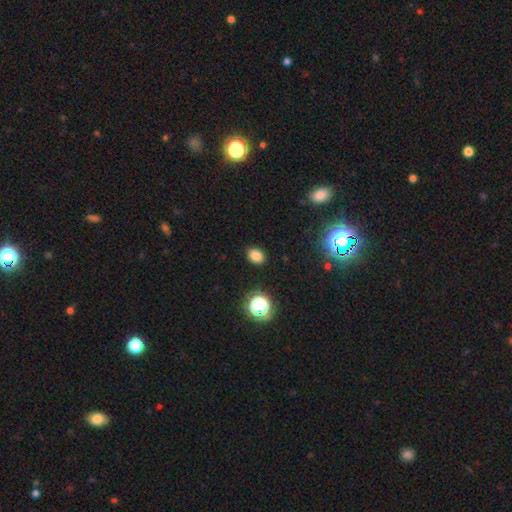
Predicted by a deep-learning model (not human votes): smooth 80%, star or artifact 15%, featured or disk 5%. Down the decision tree: how rounded — in between (61%); merging — none (88%).